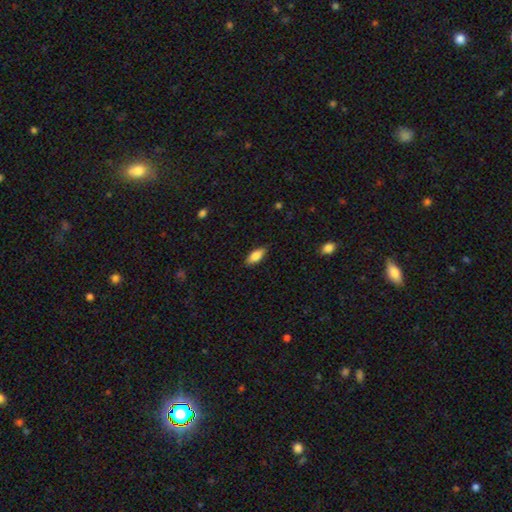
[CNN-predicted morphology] Smooth or featured? smooth (81%)
How rounded? in between (82%)
Merging? none (85%)